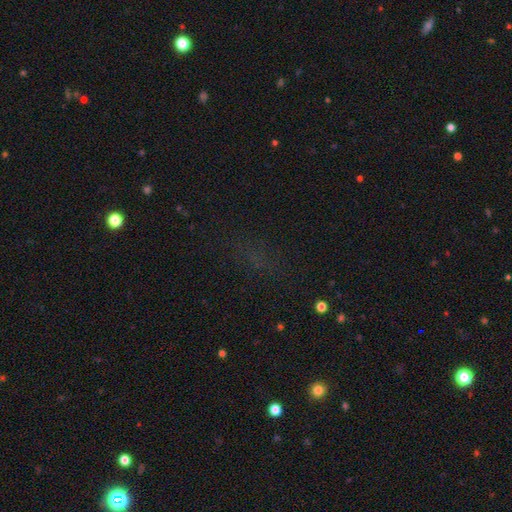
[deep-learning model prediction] This appears to be a star or artifact, not a galaxy (57%).